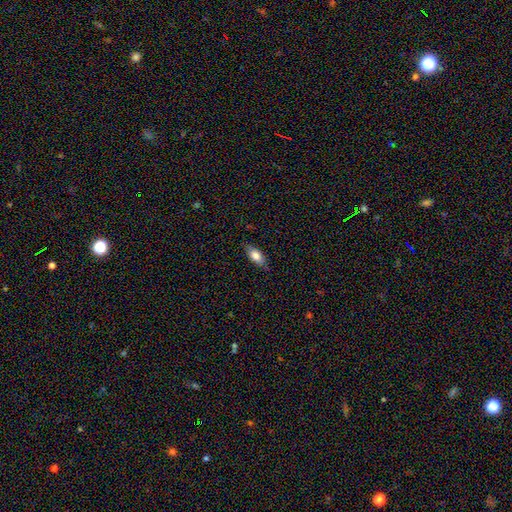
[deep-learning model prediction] Smooth or featured? Predicted: smooth (p=0.77). How rounded? Predicted: in between (p=0.85). Merging? Predicted: none (p=0.80).